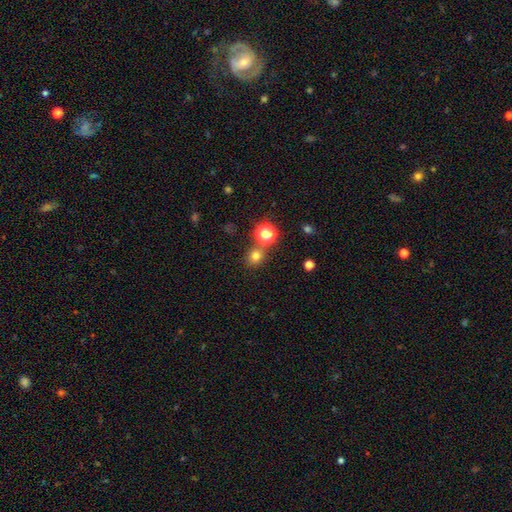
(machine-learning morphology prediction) Overall: smooth (74%). How rounded: round (81%). Merging: none (74%).